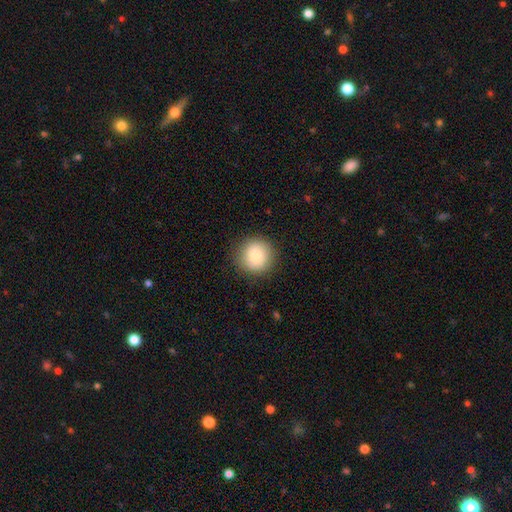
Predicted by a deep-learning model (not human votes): Smooth or featured: smooth — 83% (featured or disk — 9%)
How rounded: round — 93% (in between — 6%)
Merging: none — 89% (minor disturbance — 8%)